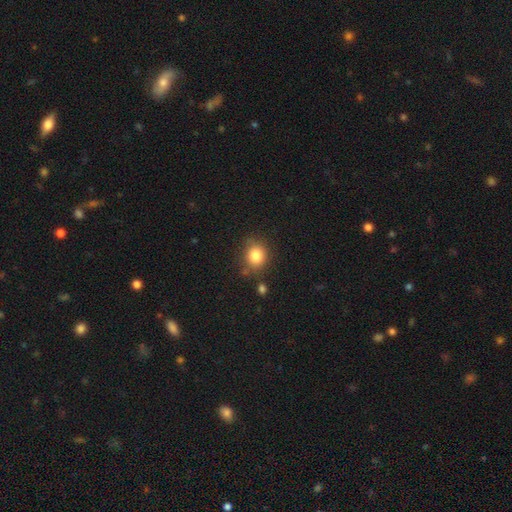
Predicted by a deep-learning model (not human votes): smooth 84%, star or artifact 10%, featured or disk 6%. Down the decision tree: how rounded — round (74%); merging — none (75%).